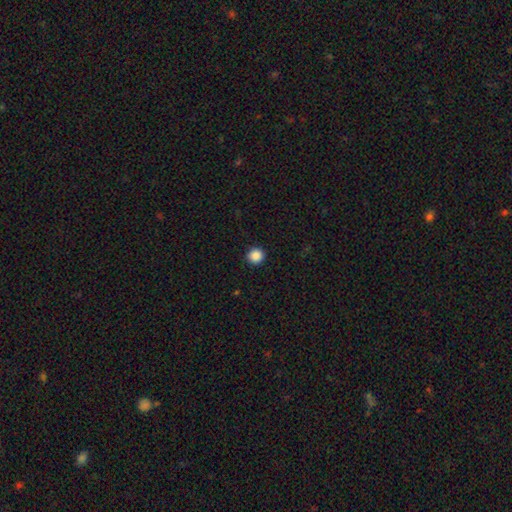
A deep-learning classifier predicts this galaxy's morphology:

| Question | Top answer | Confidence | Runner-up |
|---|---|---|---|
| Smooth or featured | smooth | 88% | star or artifact (10%) |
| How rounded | round | 95% | in between (4%) |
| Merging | none | 93% | minor disturbance (5%) |